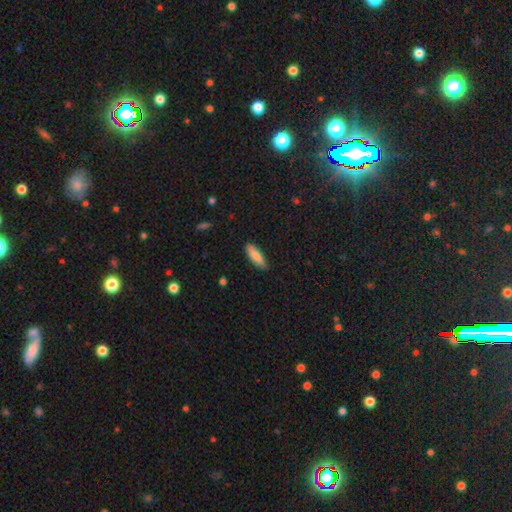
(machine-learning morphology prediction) This is clearly a smooth galaxy (83%). How rounded: possibly in between (55%). Merging: clearly none (85%).